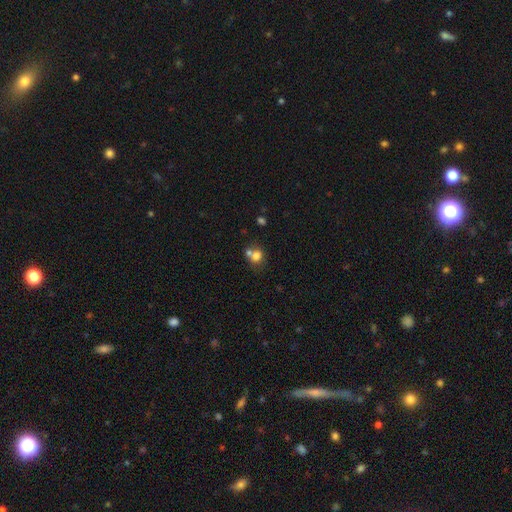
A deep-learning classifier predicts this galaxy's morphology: smooth 75%, featured or disk 13%, star or artifact 12%. Down the decision tree: how rounded — round (73%); merging — merger (45%).